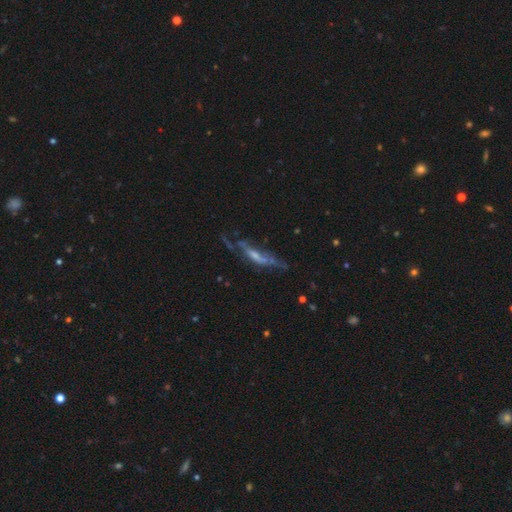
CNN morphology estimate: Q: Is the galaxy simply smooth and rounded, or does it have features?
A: featured or disk — 66%.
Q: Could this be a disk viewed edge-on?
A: yes — 51%.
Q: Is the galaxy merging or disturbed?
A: none — 42%.